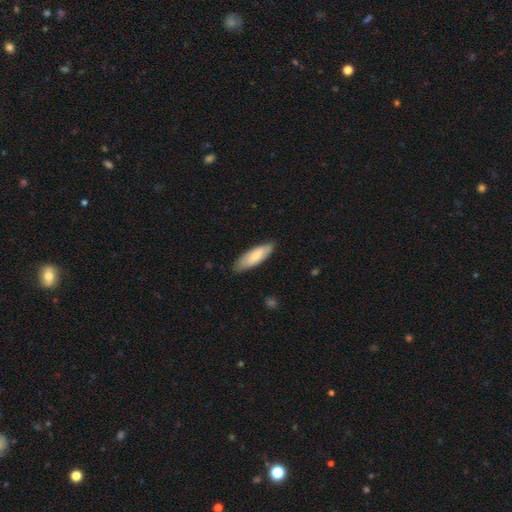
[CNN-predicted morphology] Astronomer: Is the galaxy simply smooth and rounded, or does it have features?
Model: smooth — 72%.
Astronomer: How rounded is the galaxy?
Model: in between — 57% (runner-up: cigar-shaped, 42%).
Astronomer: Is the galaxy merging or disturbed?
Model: none — 83%.